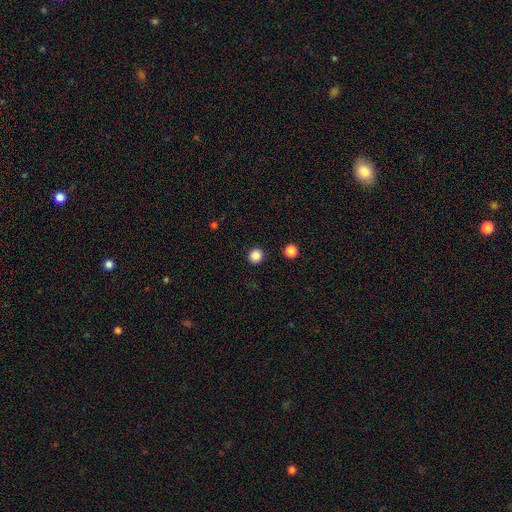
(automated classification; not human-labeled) Overall: smooth (86%). How rounded: round (93%). Merging: none (92%).